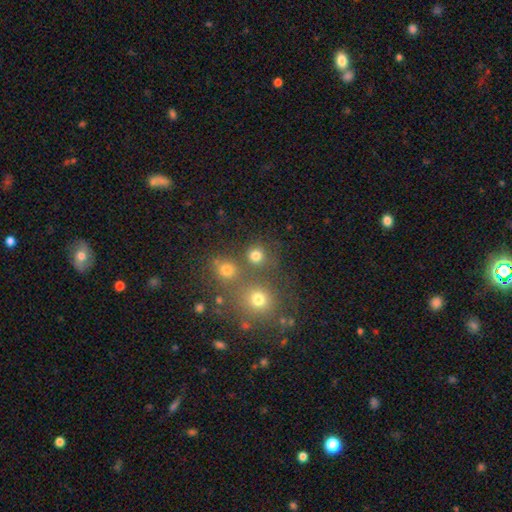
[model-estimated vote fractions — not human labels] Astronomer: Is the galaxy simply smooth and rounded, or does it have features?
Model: smooth — 77%.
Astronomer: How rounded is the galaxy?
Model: round — 89%.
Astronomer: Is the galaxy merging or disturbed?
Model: none — 68%.